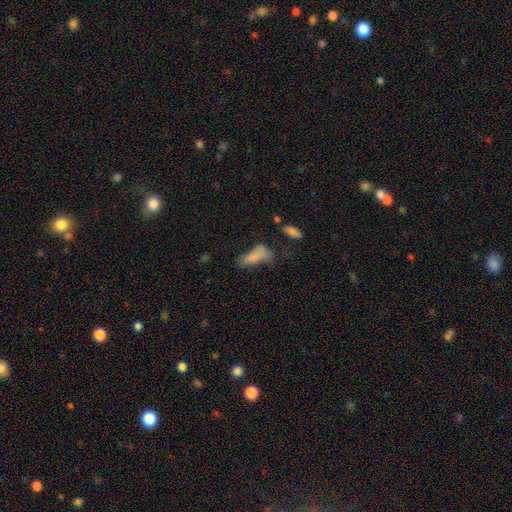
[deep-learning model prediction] Smooth or featured? smooth (74%)
How rounded? in between (72%)
Merging? none (32%)